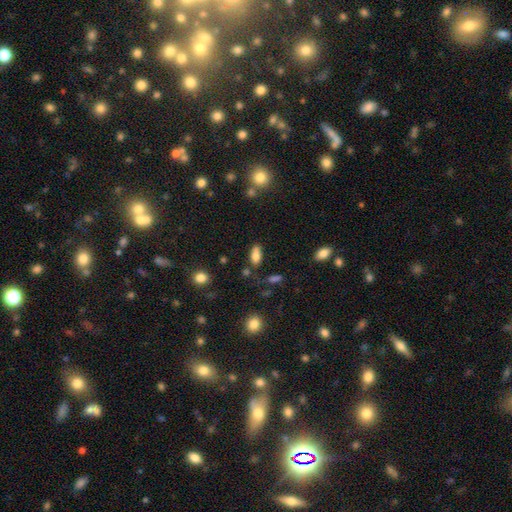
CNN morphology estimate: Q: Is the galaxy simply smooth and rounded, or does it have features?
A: smooth — 80%.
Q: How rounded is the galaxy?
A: in between — 87%.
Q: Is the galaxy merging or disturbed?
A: none — 64%.